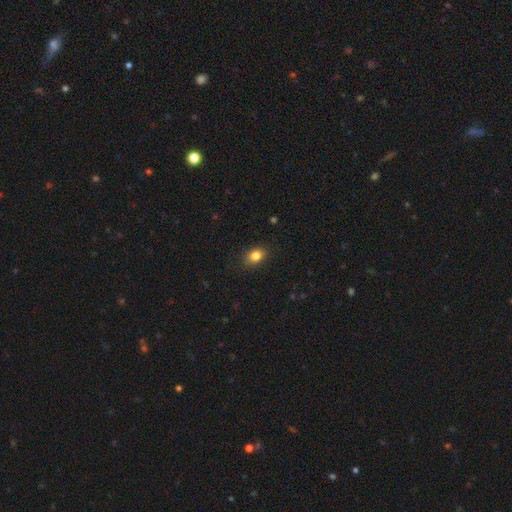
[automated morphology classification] This is clearly a smooth galaxy (84%). How rounded: likely in between (69%). Merging: clearly none (87%).